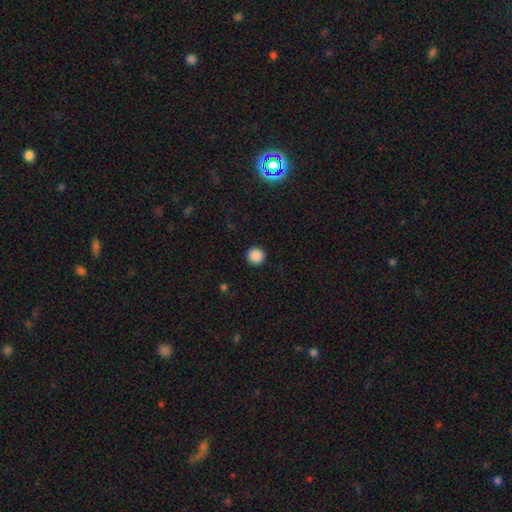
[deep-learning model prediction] Smooth or featured: smooth — 88% (star or artifact — 10%)
How rounded: round — 93% (in between — 6%)
Merging: none — 92% (minor disturbance — 5%)